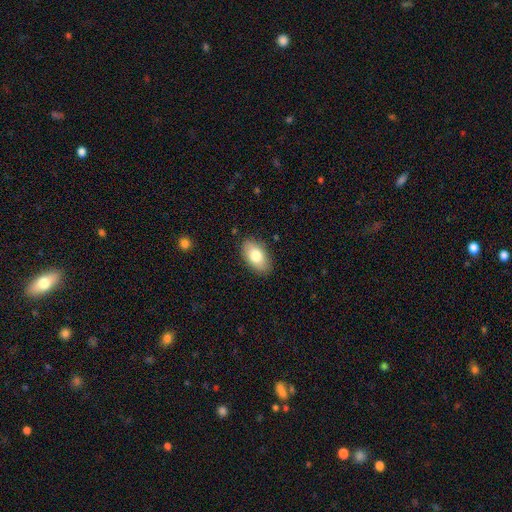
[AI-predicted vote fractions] The model was most divided on "smooth or featured": smooth: 79%, featured or disk: 15%, star or artifact: 6%. More confident: how rounded — in between (93%); merging — none (86%).